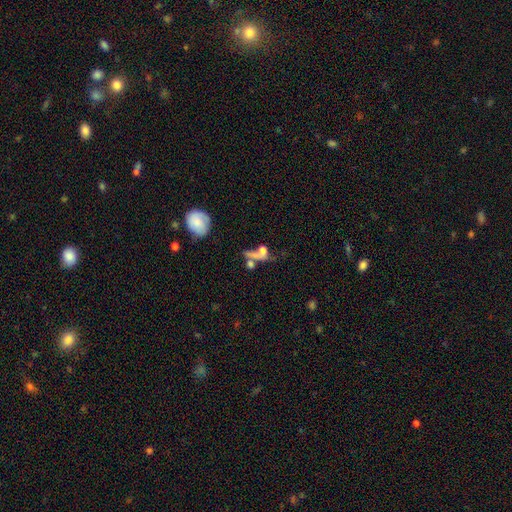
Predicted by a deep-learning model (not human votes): Smooth or featured? smooth (55%)
How rounded? round (35%, tied with in between)
Merging? none (38%)